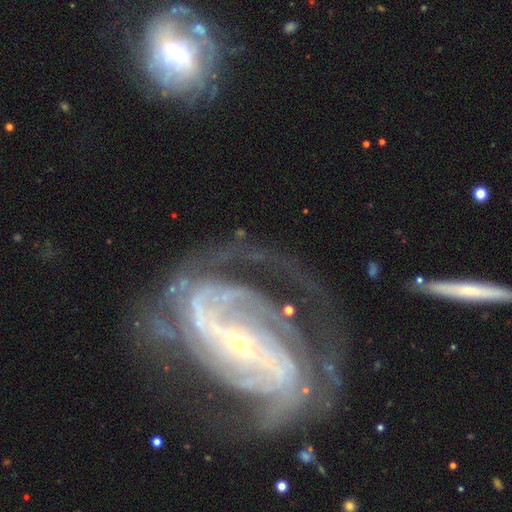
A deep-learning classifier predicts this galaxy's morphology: A featured or disk galaxy (90%) with a strong bar (52%), 2 (52%) medium (45%) spiral arms (96%) and a small central bulge (82%). Merging: none (46%).